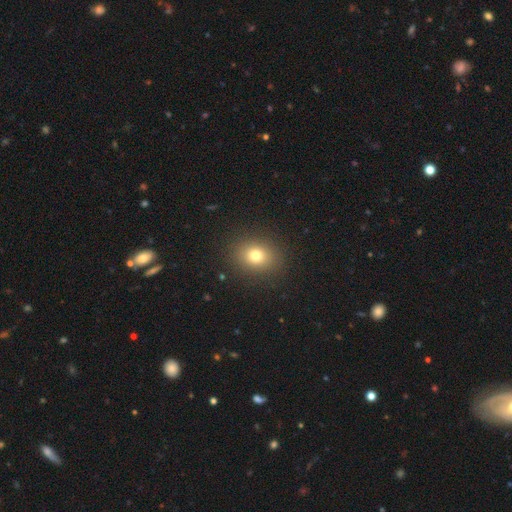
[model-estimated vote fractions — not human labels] This appears to be a smooth galaxy with no disk features (77%) that is round (58%). Merging: none (88%).